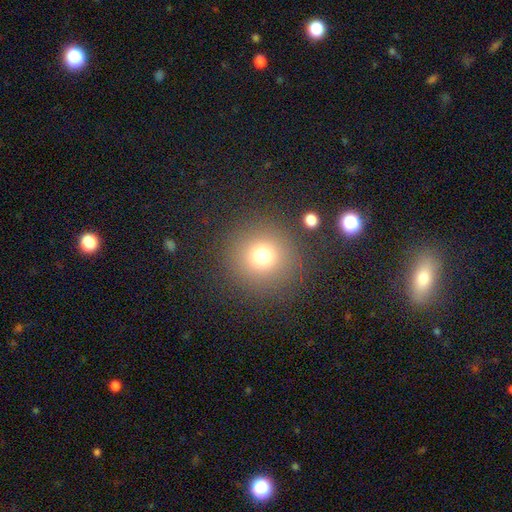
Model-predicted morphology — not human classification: smooth-or-featured: smooth: 73% | star or artifact: 17% | featured or disk: 10%
  how-rounded: round: 95% | in between: 4% | cigar-shaped: 1%
  merging: none: 88% | minor disturbance: 6% | major disturbance: 4% | merger: 2%